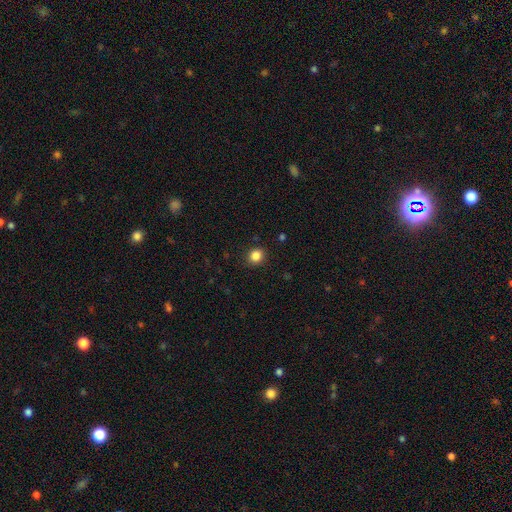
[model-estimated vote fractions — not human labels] This is clearly a smooth galaxy (85%). How rounded: likely round (78%). Merging: clearly none (90%).